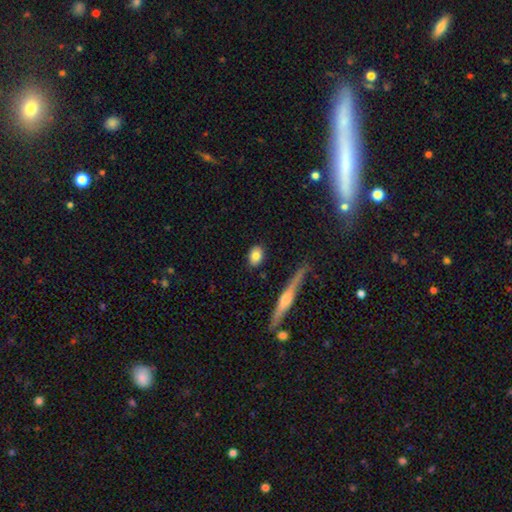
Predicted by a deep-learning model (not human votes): Smooth or featured: smooth — 82% (featured or disk — 11%)
How rounded: in between — 64% (round — 32%)
Merging: none — 87% (minor disturbance — 9%)